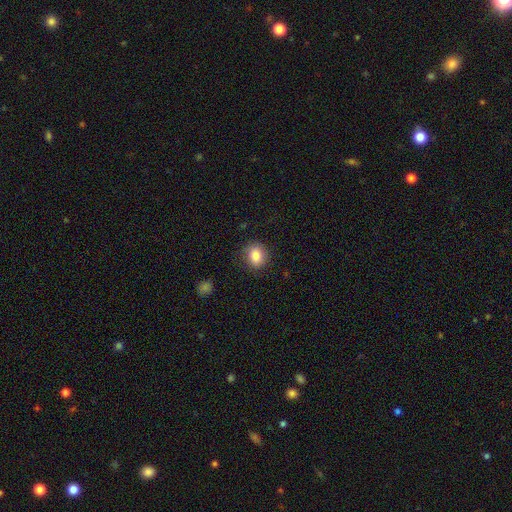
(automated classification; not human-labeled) Overall: smooth (85%). How rounded: round (62%; in between 37%). Merging: none (83%).